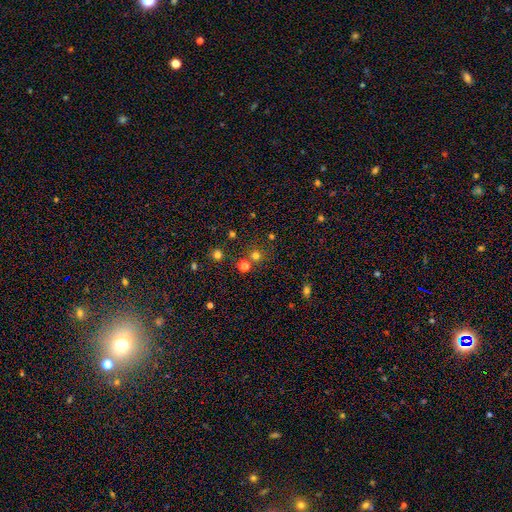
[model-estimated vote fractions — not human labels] The model was most divided on "smooth or featured": smooth: 69%, star or artifact: 25%, featured or disk: 6%. More confident: how rounded — round (92%); merging — none (78%).